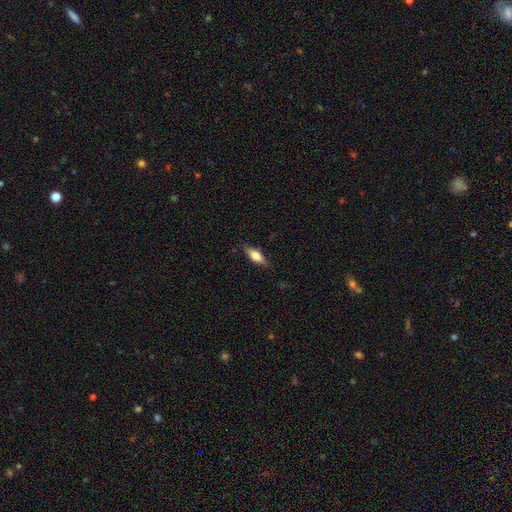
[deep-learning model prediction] The model was most divided on "how rounded": in between: 70%, cigar-shaped: 27%, round: 3%. More confident: merging — none (80%); smooth or featured — smooth (69%).